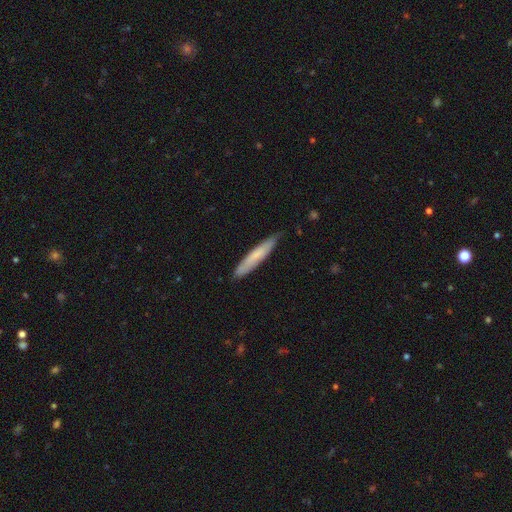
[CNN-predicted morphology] This appears to be a smooth galaxy with no disk features (69%) that is cigar-shaped (92%). Merging: none (78%).